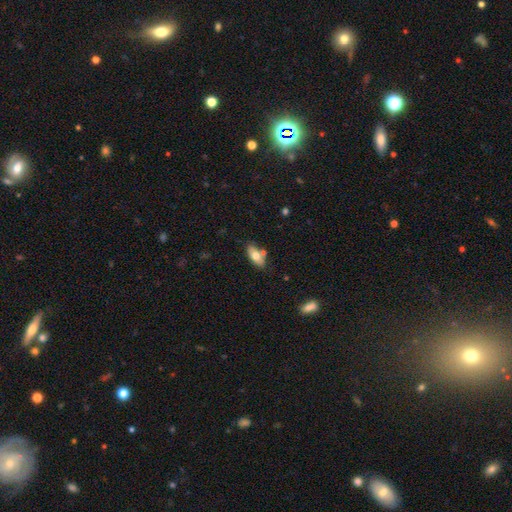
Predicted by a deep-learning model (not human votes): A smooth galaxy with no disk features (70%) that is in between round and cigar-shaped (86%).

Vote fractions:
- Smooth or featured? smooth: 70% / featured or disk: 23% / star or artifact: 7%
- How rounded? in between: 86% / cigar-shaped: 11% / round: 3%
- Merging? none: 70% / minor disturbance: 14% / merger: 13% / major disturbance: 3%